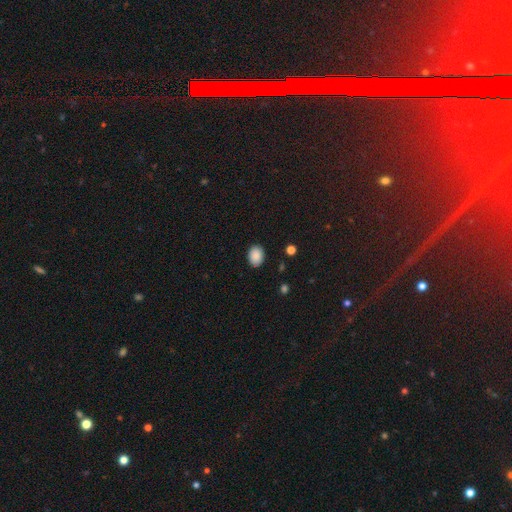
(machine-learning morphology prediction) smooth-or-featured: smooth: 89% | star or artifact: 8% | featured or disk: 3%
  how-rounded: in between: 67% | round: 32% | cigar-shaped: 1%
  merging: none: 87% | minor disturbance: 9% | major disturbance: 2% | merger: 1%